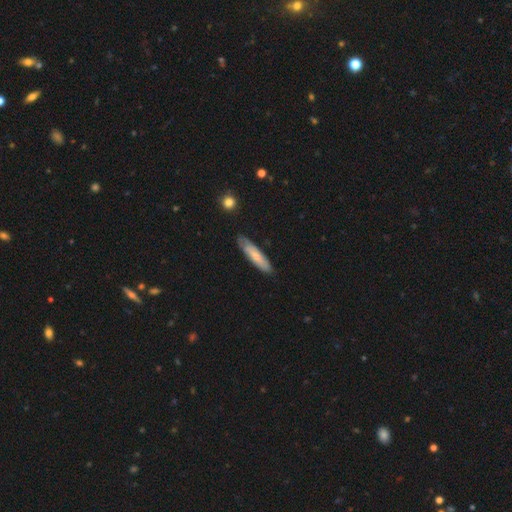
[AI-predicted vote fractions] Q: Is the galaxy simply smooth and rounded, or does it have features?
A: smooth — 64%.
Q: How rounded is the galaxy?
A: cigar-shaped — 73%.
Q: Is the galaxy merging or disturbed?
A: none — 79%.